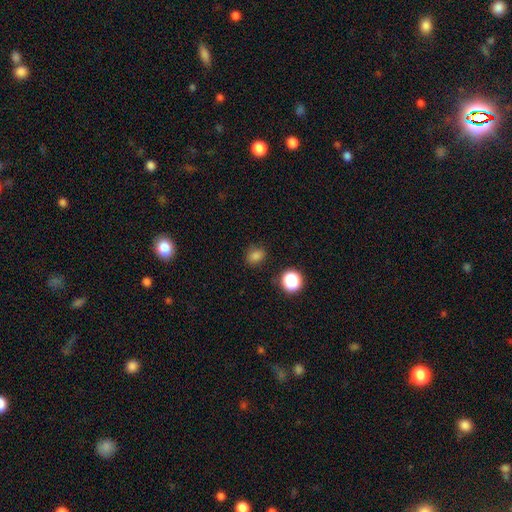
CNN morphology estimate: A smooth galaxy with no disk features (79%) that is round (56%). Merging: none (82%).